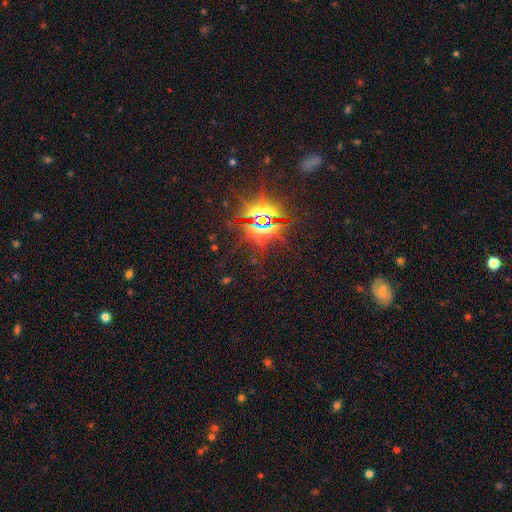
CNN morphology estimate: The model was most divided on "smooth or featured": star or artifact: 84%, smooth: 9%, featured or disk: 7%.